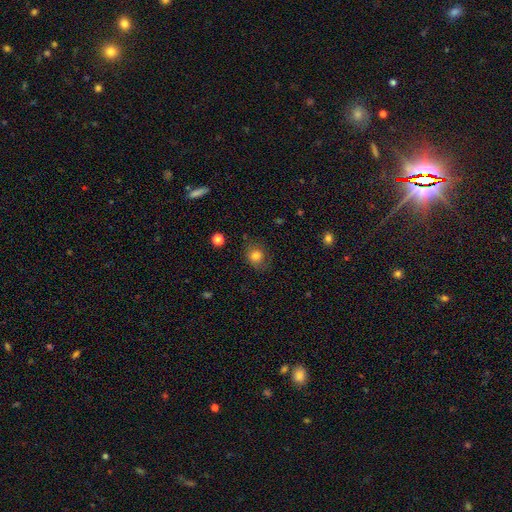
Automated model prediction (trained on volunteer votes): Q: Smooth or featured?
A: smooth (79%); runner-up: star or artifact (12%)
Q: How rounded?
A: round (75%); runner-up: in between (24%)
Q: Merging?
A: none (76%); runner-up: minor disturbance (17%)